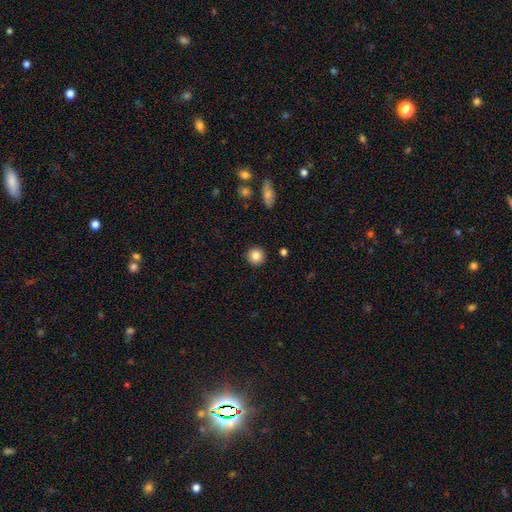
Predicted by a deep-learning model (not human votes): Morphology: type=smooth (85%); roundness=round (94%); merging=none (92%).